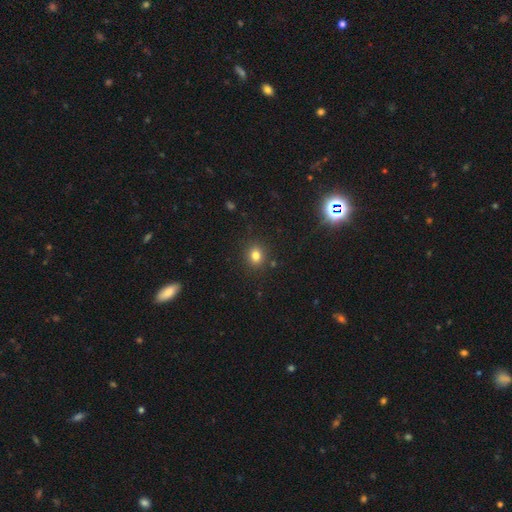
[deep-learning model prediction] Smooth or featured: smooth — 79% (star or artifact — 14%)
How rounded: round — 74% (in between — 25%)
Merging: none — 87% (minor disturbance — 8%)